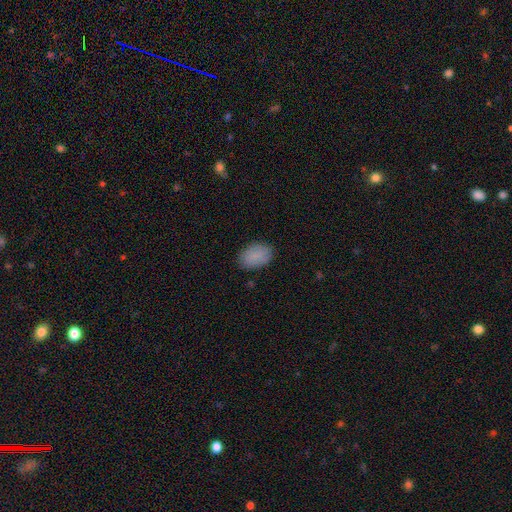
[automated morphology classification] smooth_or_featured: smooth (p=0.88) [alt: star or artifact p=0.07]
how_rounded: in between (p=0.88) [alt: round p=0.11]
merging: none (p=0.84) [alt: minor disturbance p=0.12]